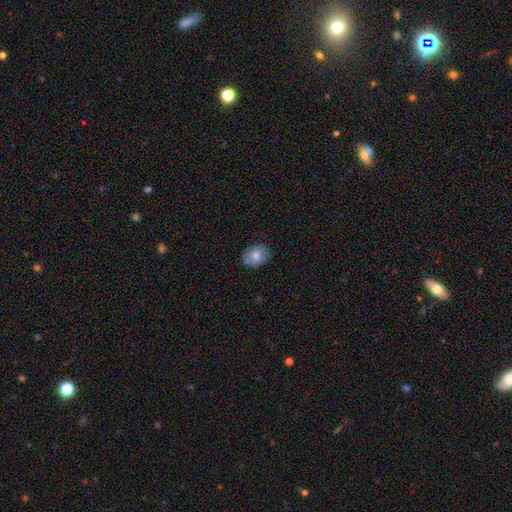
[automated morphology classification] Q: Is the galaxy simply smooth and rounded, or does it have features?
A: smooth — 77%.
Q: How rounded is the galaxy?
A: in between — 57%.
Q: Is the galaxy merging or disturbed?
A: none — 79%.